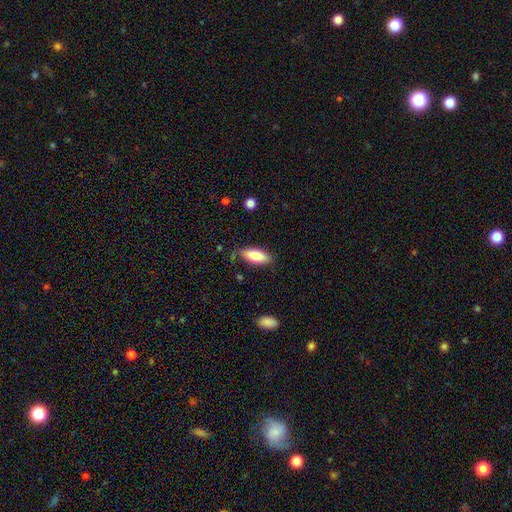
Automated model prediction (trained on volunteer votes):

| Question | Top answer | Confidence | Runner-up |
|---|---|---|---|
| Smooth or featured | smooth | 81% | featured or disk (12%) |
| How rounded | in between | 74% | cigar-shaped (24%) |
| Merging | none | 79% | minor disturbance (15%) |